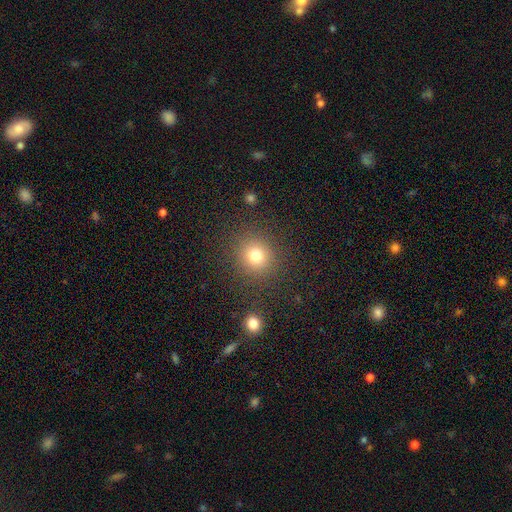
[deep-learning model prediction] Smooth or featured: smooth — 78% (star or artifact — 14%)
How rounded: round — 89% (in between — 10%)
Merging: none — 86% (minor disturbance — 7%)